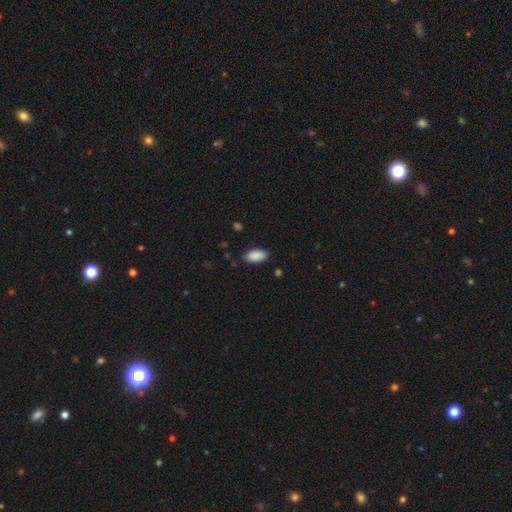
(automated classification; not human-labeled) This appears to be a smooth galaxy with no disk features (91%) that is in between round and cigar-shaped (94%). Merging: none (86%).